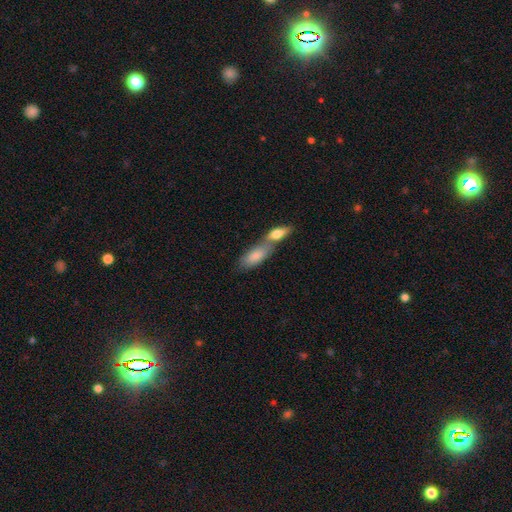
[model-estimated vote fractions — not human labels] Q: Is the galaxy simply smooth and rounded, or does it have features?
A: smooth — 79%.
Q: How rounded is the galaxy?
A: in between — 75%.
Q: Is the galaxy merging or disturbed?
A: merger — 60%.